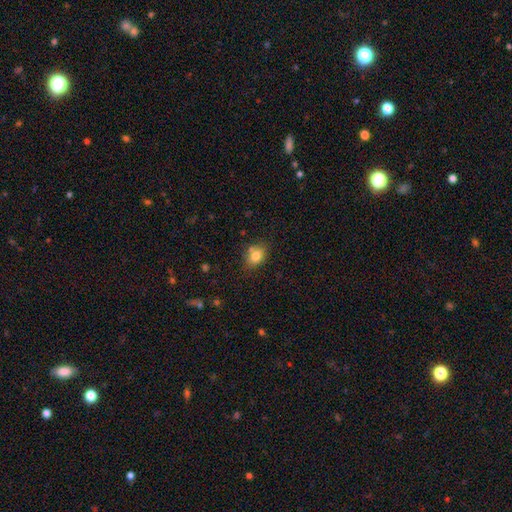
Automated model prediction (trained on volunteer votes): This is likely a smooth galaxy (79%). How rounded: possibly in between (58%). Merging: likely none (70%).